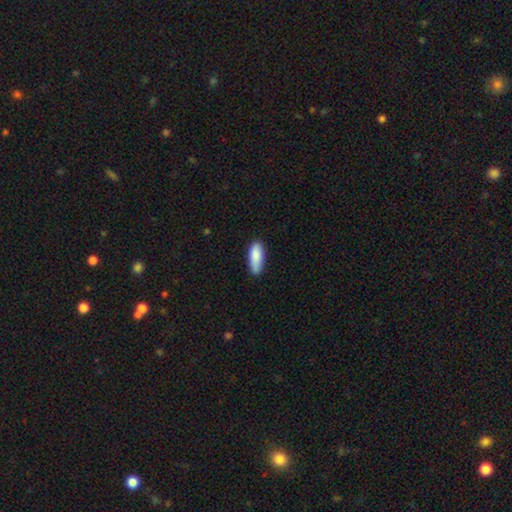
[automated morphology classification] type=smooth (87%); roundness=in between (73%); merging=none (76%).